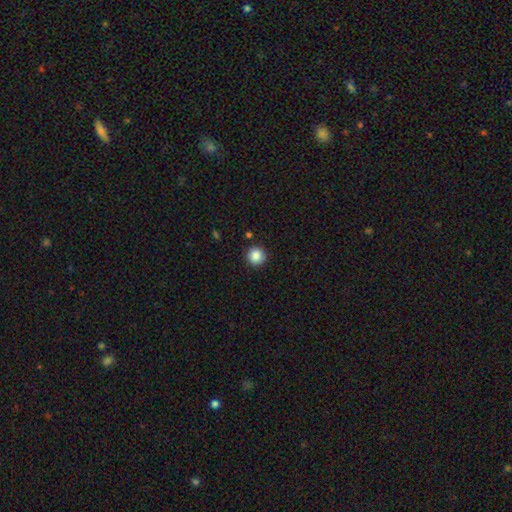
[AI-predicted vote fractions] A smooth galaxy with no disk features (87%) that is round (95%).

Vote fractions:
- Smooth or featured? smooth: 87% / star or artifact: 9% / featured or disk: 4%
- How rounded? round: 95% / in between: 4% / cigar-shaped: 1%
- Merging? none: 91% / minor disturbance: 5% / major disturbance: 2% / merger: 2%